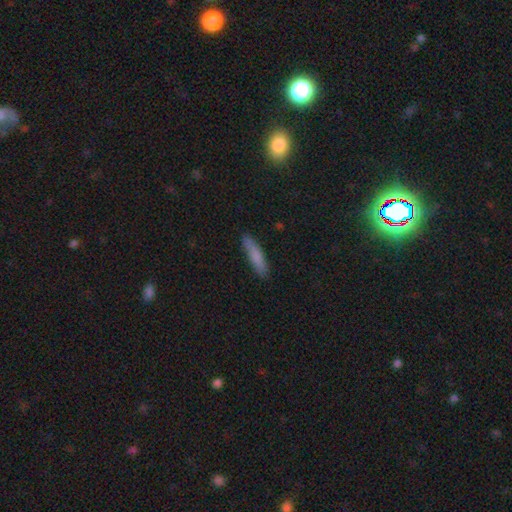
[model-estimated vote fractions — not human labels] This is likely a smooth galaxy (79%). How rounded: clearly cigar-shaped (84%). Merging: clearly none (84%).